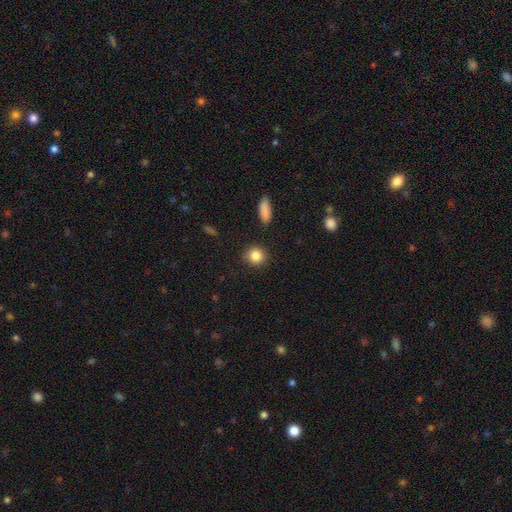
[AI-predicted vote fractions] smooth_or_featured: smooth (p=0.86) [alt: star or artifact p=0.09]
how_rounded: round (p=0.88) [alt: in between p=0.11]
merging: none (p=0.88) [alt: minor disturbance p=0.07]